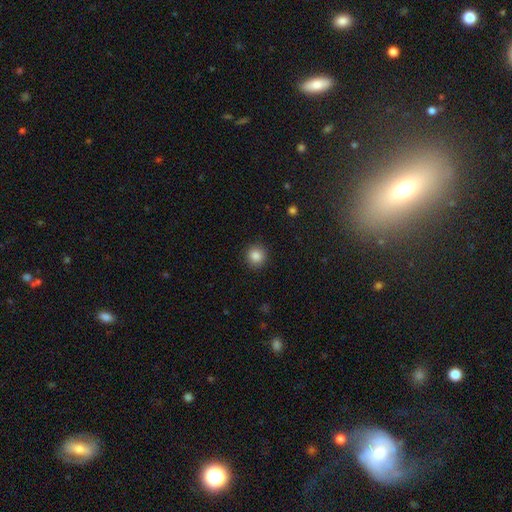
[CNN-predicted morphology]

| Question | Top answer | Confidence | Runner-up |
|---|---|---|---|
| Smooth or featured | smooth | 86% | star or artifact (10%) |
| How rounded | round | 92% | in between (7%) |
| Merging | none | 91% | minor disturbance (6%) |